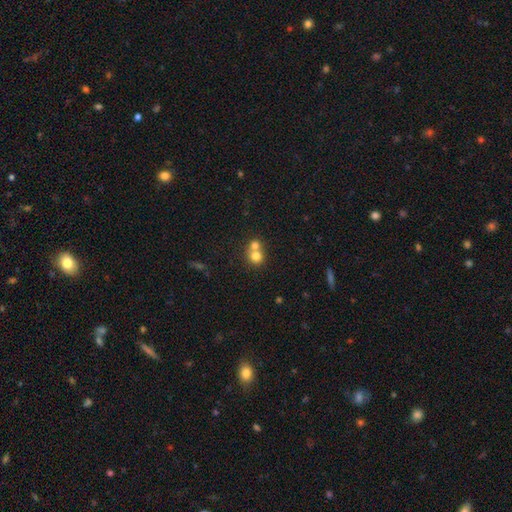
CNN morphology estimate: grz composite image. It shows a smooth galaxy with no disk features (76%) that is round (84%). Merging: merger (58%).